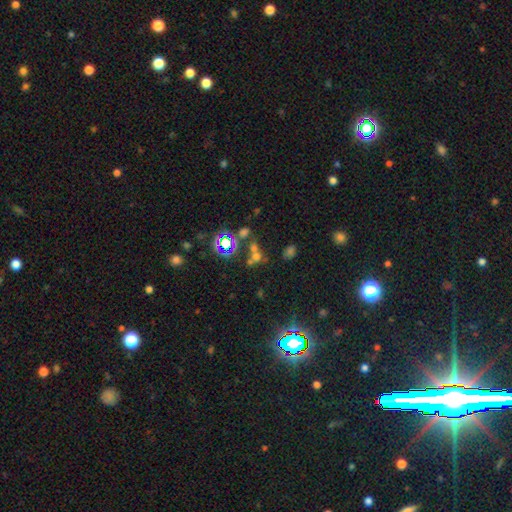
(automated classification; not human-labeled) Overall: star or artifact (46%; smooth 39%).